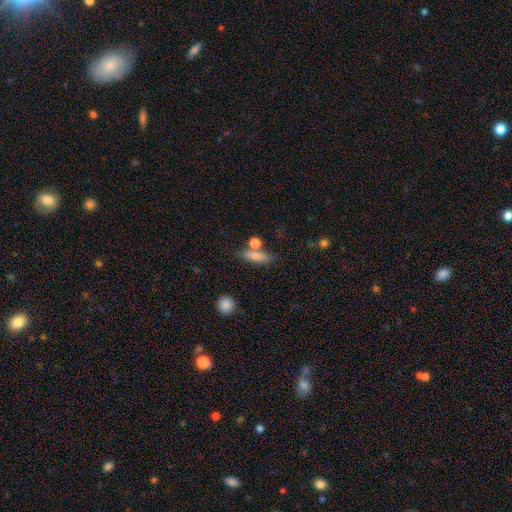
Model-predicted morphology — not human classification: Smooth or featured? Predicted: smooth (p=0.78). How rounded? Predicted: cigar-shaped (p=0.49). Merging? Predicted: none (p=0.65).